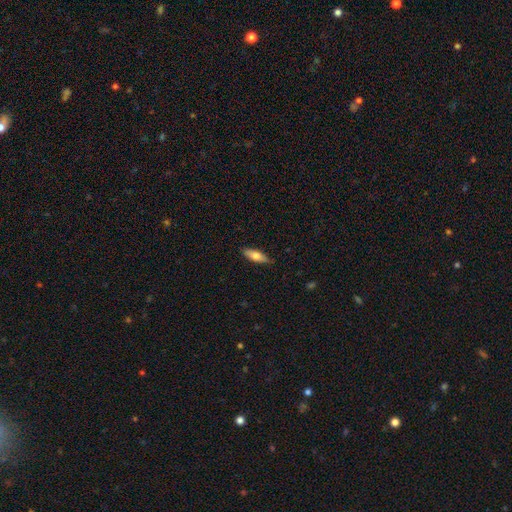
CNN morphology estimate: type=smooth (71%); roundness=in between (56%); merging=none (87%).